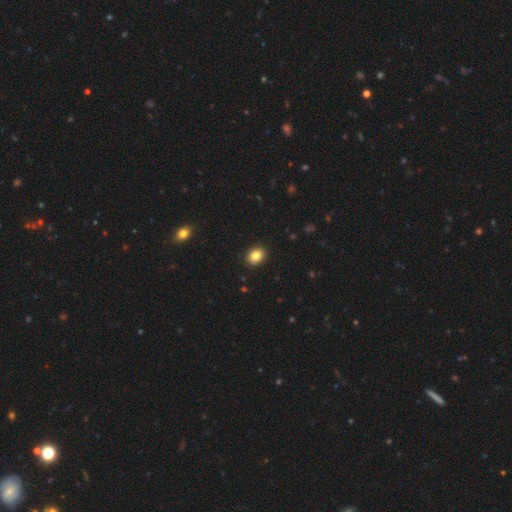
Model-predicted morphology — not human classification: Smooth or featured? smooth (85%)
How rounded? in between (56%)
Merging? none (90%)